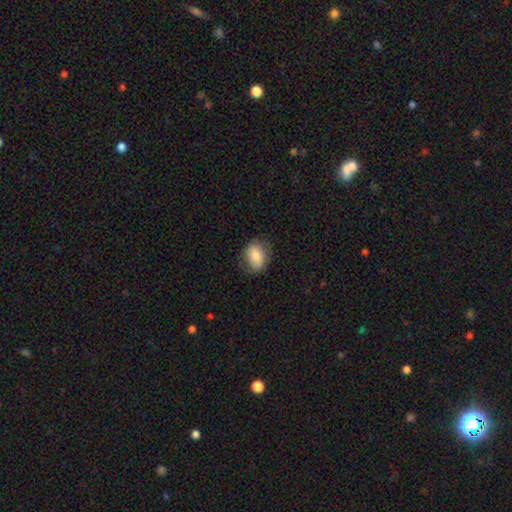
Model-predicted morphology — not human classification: A smooth galaxy with no disk features (77%) that is in between round and cigar-shaped (69%). Merging: none (74%).